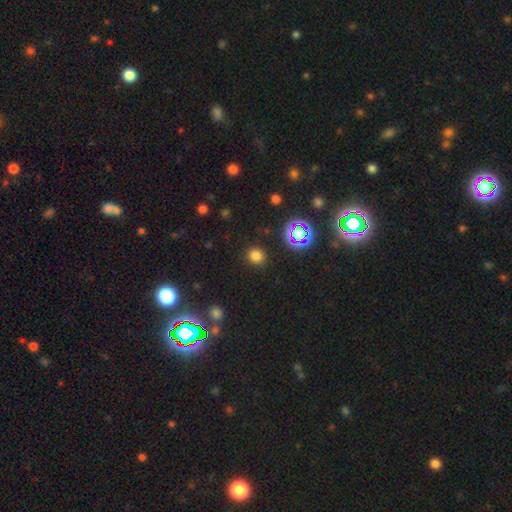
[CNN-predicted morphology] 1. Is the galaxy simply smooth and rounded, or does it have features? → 75% smooth, 20% star or artifact, 5% featured or disk.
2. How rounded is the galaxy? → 89% round, 10% in between, 1% cigar-shaped.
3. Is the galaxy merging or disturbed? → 90% none, 6% minor disturbance, 3% major disturbance, 1% merger.